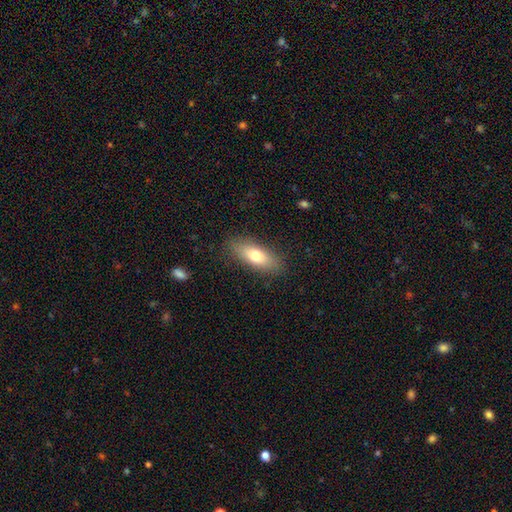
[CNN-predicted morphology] smooth 73%, featured or disk 20%, star or artifact 7%. Down the decision tree: how rounded — in between (69%); merging — none (86%).